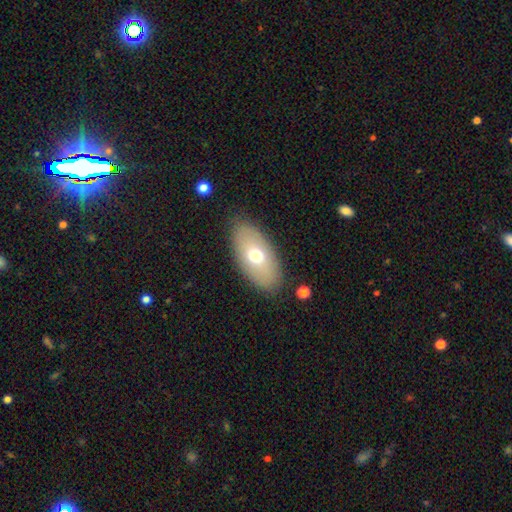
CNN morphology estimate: This is likely a smooth galaxy (65%). How rounded: clearly in between (92%). Merging: clearly none (84%).